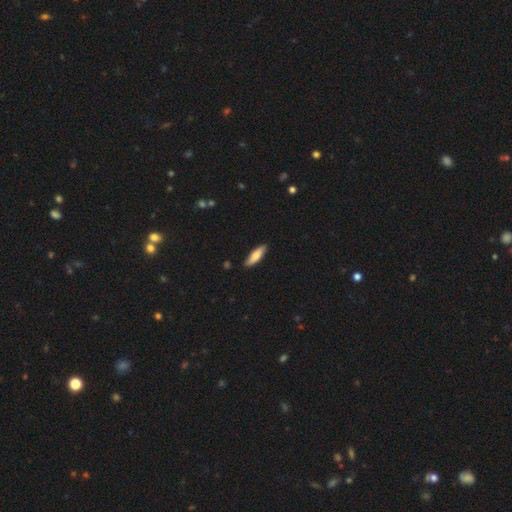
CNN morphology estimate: The model was most divided on "how rounded": cigar-shaped: 57%, in between: 41%, round: 2%. More confident: merging — none (88%); smooth or featured — smooth (73%).